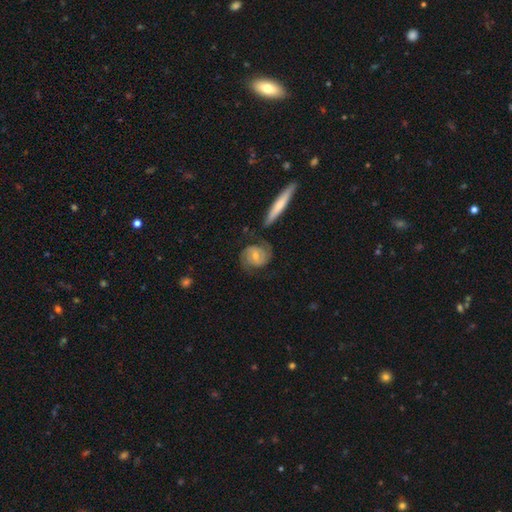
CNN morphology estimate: Smooth or featured? Predicted: featured or disk (p=0.78). Edge-on disk? Predicted: no (p=0.95). Bar? Predicted: weak (p=0.48). Spiral arms? Predicted: yes (p=0.95). Spiral winding? Predicted: tight (p=0.50). Spiral arm count? Predicted: 2 (p=0.86). Bulge size? Predicted: moderate (p=0.49). Merging? Predicted: none (p=0.72).